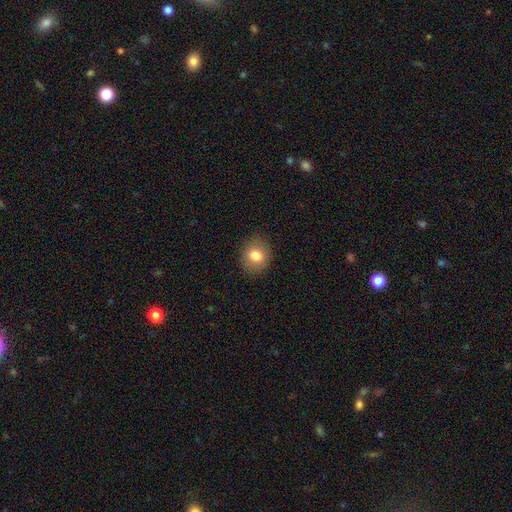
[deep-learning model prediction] Smooth or featured? Predicted: smooth (p=0.80). How rounded? Predicted: round (p=0.63). Merging? Predicted: none (p=0.88).